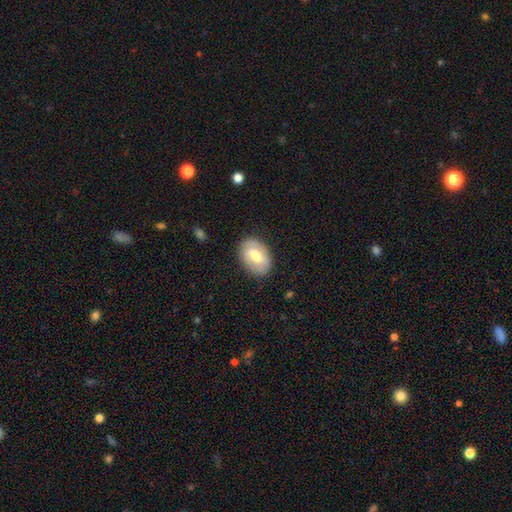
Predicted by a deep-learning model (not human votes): Smooth or featured?
  - smooth: 49% *
  - featured or disk: 44%
  - star or artifact: 6%
Merging?
  - none: 80% *
  - minor disturbance: 15%
  - major disturbance: 4%
  - merger: 1%